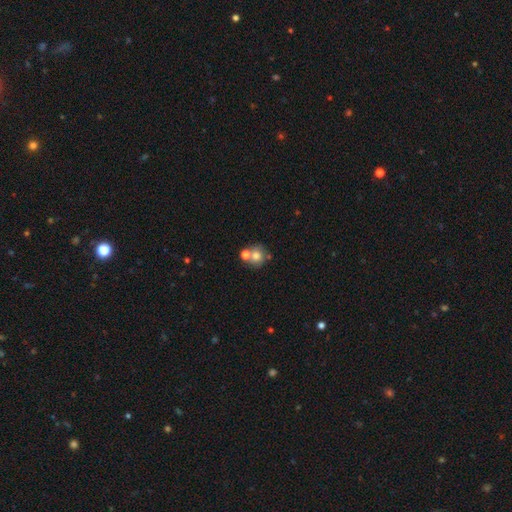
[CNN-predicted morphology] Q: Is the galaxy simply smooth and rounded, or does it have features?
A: smooth — 72%.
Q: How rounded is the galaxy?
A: round — 84%.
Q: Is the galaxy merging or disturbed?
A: none — 52%.